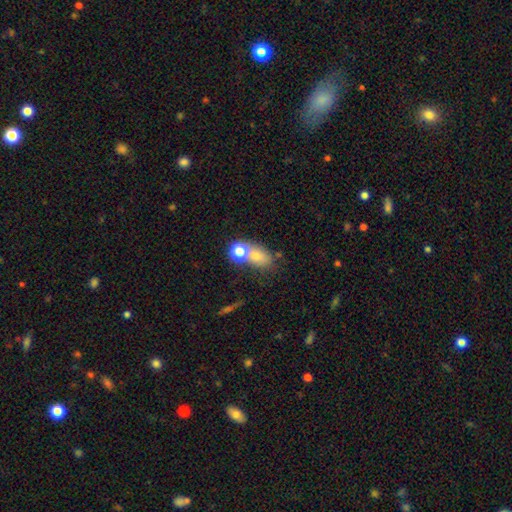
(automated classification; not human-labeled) smooth-or-featured: smooth: 71% | featured or disk: 15% | star or artifact: 14%
  how-rounded: in between: 68% | round: 28% | cigar-shaped: 4%
  merging: merger: 42% | none: 38% | minor disturbance: 12% | major disturbance: 7%